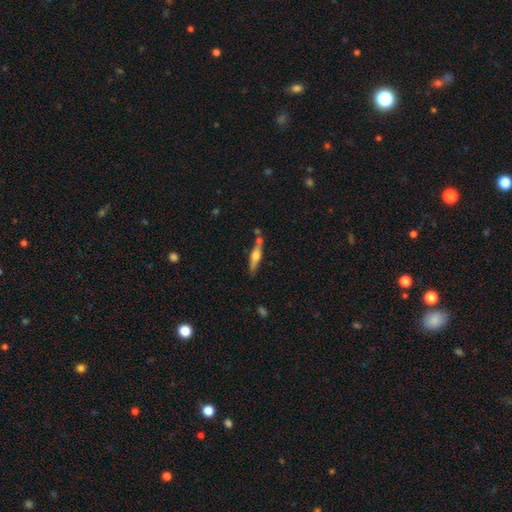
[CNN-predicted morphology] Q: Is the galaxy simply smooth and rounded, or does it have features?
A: featured or disk — 51%.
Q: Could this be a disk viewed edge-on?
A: yes — 91%.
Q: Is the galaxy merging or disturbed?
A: none — 67%.